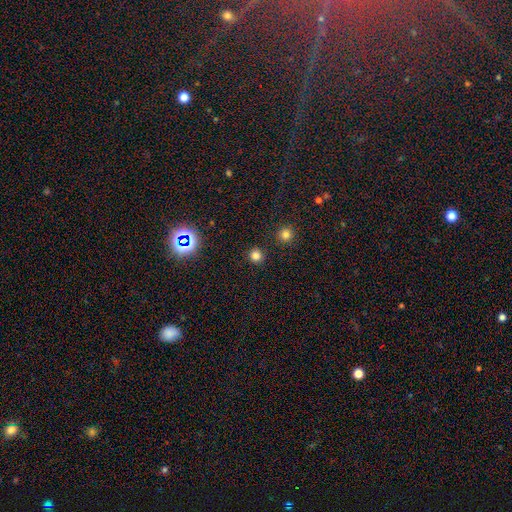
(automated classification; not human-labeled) smooth 77%, star or artifact 19%, featured or disk 5%. Down the decision tree: how rounded — round (93%); merging — none (90%).